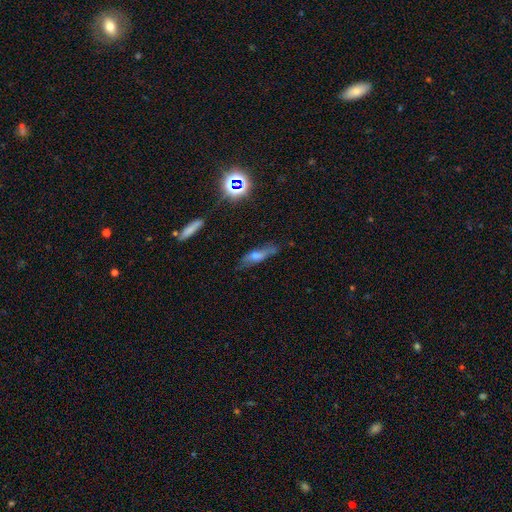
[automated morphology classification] Smooth or featured? Predicted: smooth (p=0.46). Merging? Predicted: none (p=0.67).